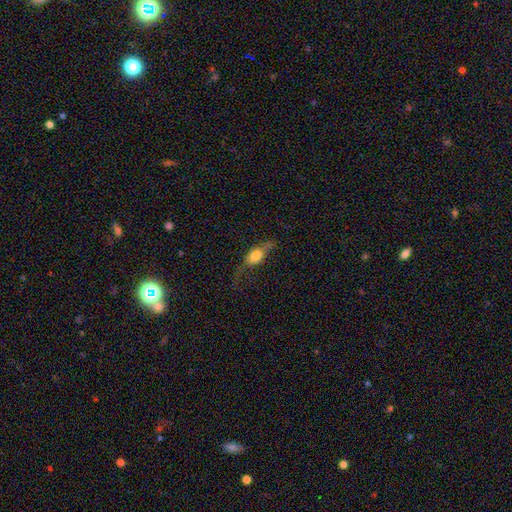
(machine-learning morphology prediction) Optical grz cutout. It shows a smooth galaxy with no disk features (66%) that is in between round and cigar-shaped (77%). Merging: none (37%).